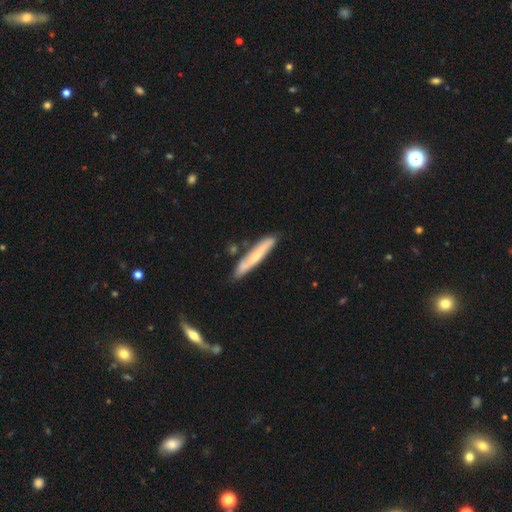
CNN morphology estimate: smooth-or-featured: smooth: 50% | featured or disk: 44% | star or artifact: 6%
  merging: none: 77% | minor disturbance: 14% | merger: 6% | major disturbance: 3%